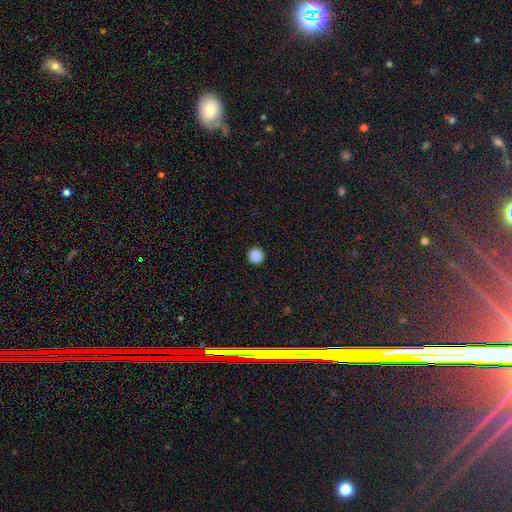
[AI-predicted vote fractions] Overall: smooth (88%). How rounded: round (96%). Merging: none (93%).